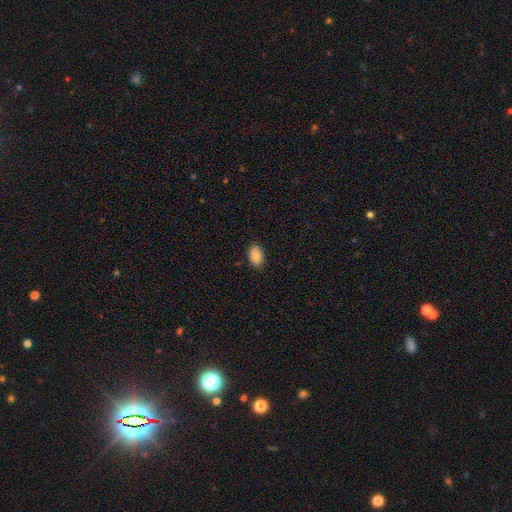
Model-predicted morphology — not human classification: type=smooth (88%); roundness=in between (87%); merging=none (87%).